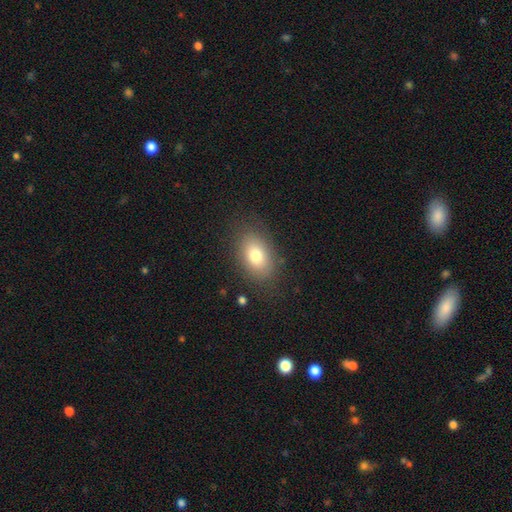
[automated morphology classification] This is likely a smooth galaxy (78%). How rounded: clearly in between (84%). Merging: clearly none (82%).